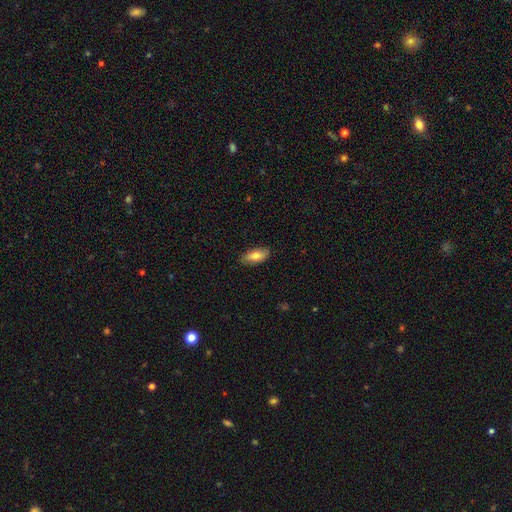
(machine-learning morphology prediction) This appears to be a smooth galaxy with no disk features (78%) that is in between round and cigar-shaped (84%). Merging: none (84%).